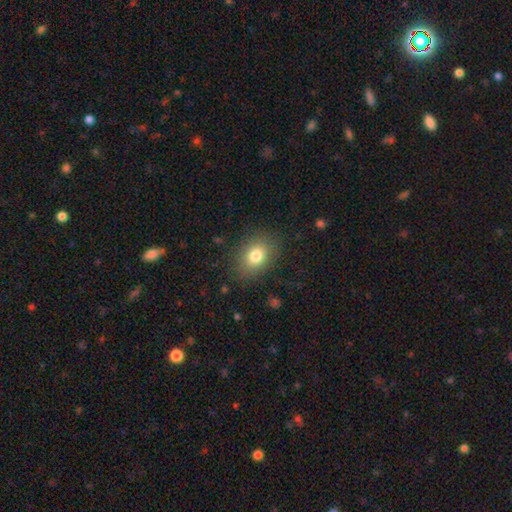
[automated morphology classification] Smooth or featured: smooth — 79% (featured or disk — 11%)
How rounded: in between — 69% (round — 30%)
Merging: none — 83% (minor disturbance — 11%)